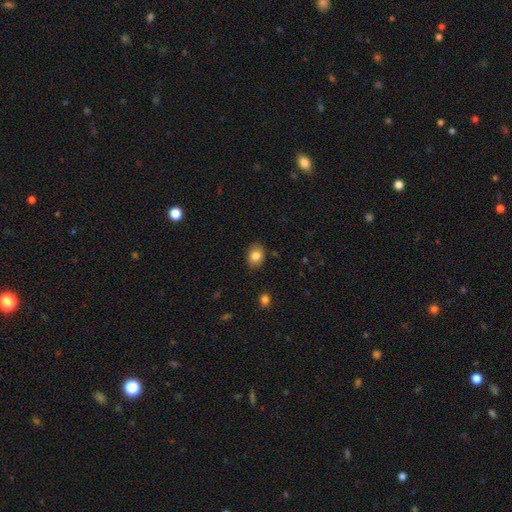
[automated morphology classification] type=smooth (83%); roundness=in between (52%); merging=none (85%).